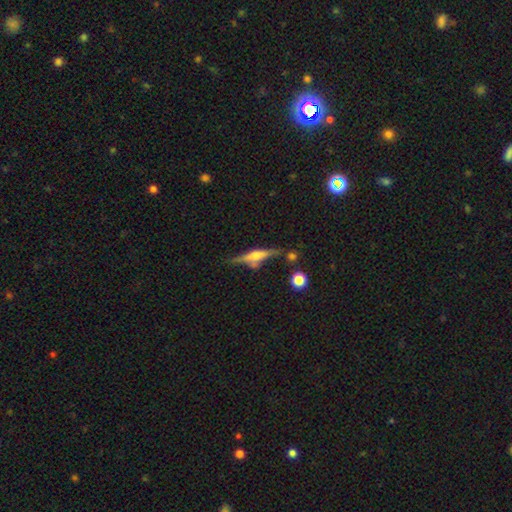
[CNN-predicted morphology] This is likely a featured or disk galaxy (69%). It is clearly viewed edge-on (96%). Edge-on bulge: likely rounded (73%). Merging: likely none (71%).